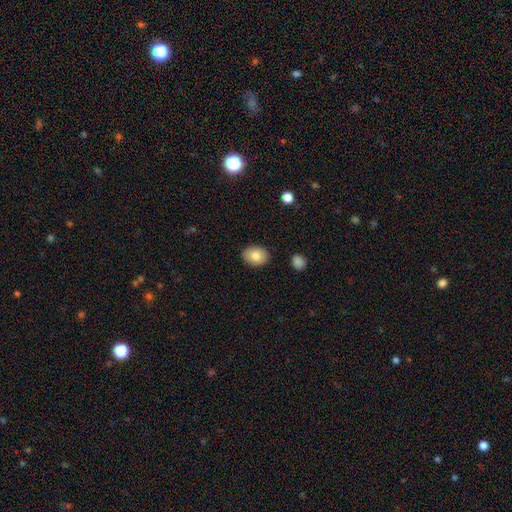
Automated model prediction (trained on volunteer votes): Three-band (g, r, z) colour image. It shows a smooth galaxy with no disk features (81%) that is in between round and cigar-shaped (65%). Merging: none (88%).